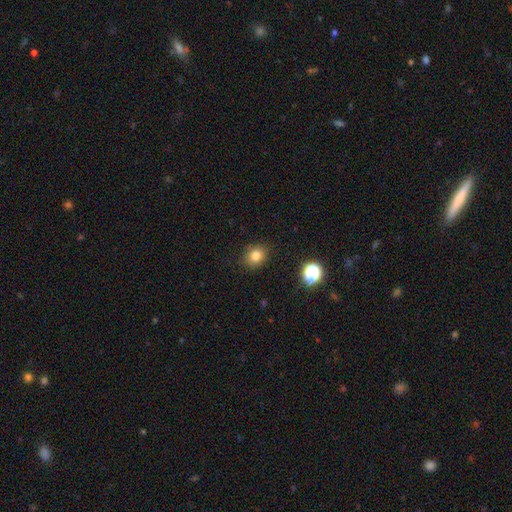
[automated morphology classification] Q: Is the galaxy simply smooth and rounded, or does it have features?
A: smooth — 80%.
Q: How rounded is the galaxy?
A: round — 66%.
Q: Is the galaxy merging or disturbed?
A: none — 87%.